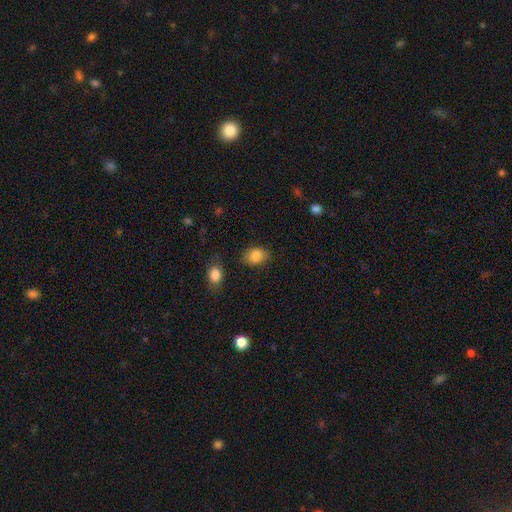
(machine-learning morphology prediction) Q: Smooth or featured?
A: smooth (83%); runner-up: star or artifact (9%)
Q: How rounded?
A: in between (68%); runner-up: round (31%)
Q: Merging?
A: none (64%); runner-up: minor disturbance (27%)